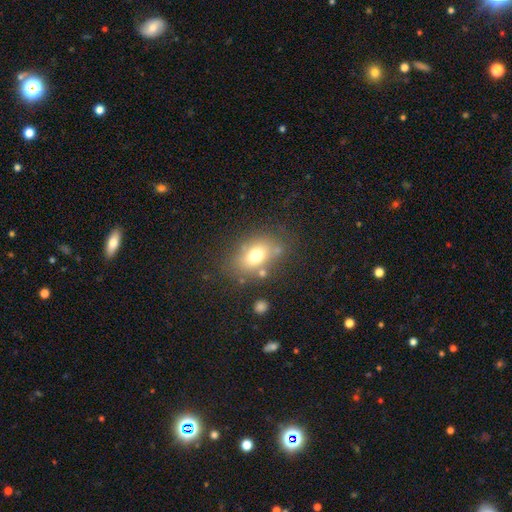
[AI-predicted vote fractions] Overall: smooth (70%). How rounded: in between (74%). Merging: none (70%).